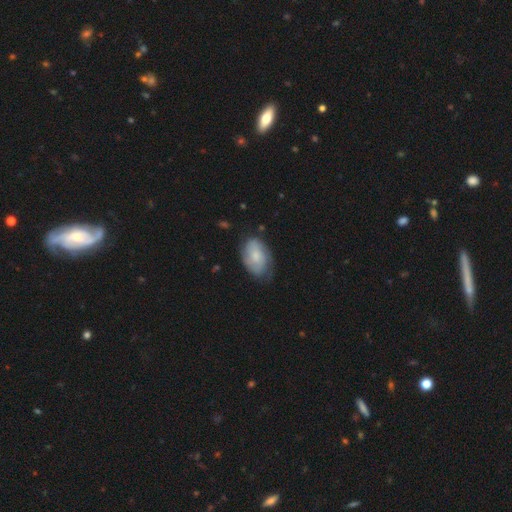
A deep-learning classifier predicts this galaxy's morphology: A smooth galaxy with no disk features (58%) that is in between round and cigar-shaped (89%). Merging: none (61%).